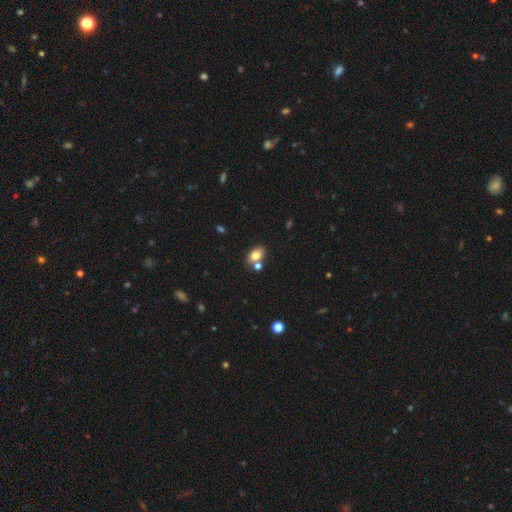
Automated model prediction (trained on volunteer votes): smooth 78%, featured or disk 12%, star or artifact 10%. Down the decision tree: how rounded — in between (81%); merging — none (61%).